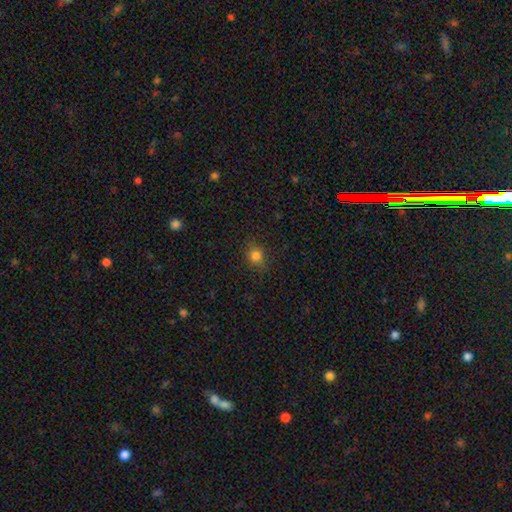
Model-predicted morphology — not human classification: The model was most divided on "how rounded": round: 76%, in between: 23%, cigar-shaped: 1%. More confident: merging — none (84%); smooth or featured — smooth (79%).